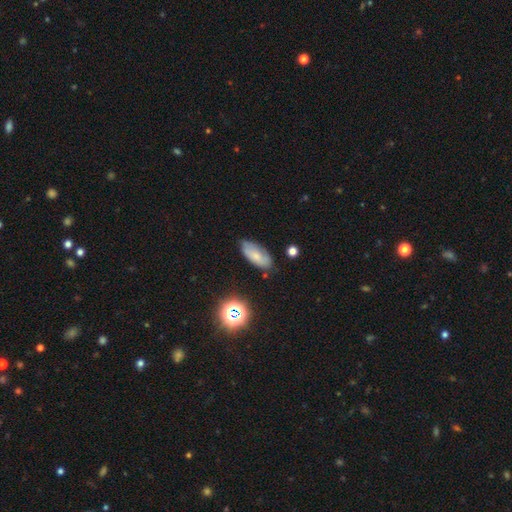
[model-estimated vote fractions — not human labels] Smooth or featured? Predicted: smooth (p=0.67). How rounded? Predicted: in between (p=0.88). Merging? Predicted: none (p=0.72).